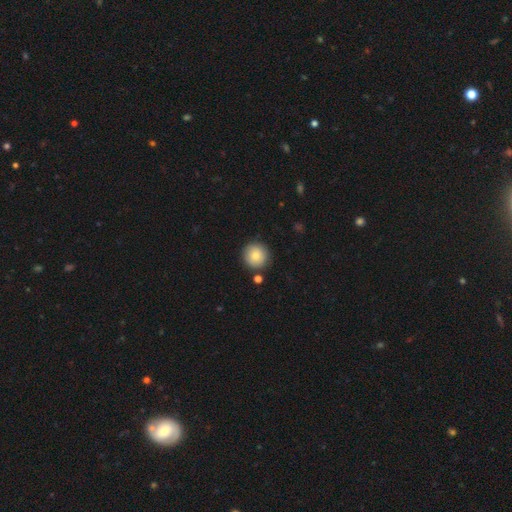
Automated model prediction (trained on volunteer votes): The model was most divided on "smooth or featured": smooth: 84%, star or artifact: 8%, featured or disk: 8%. More confident: how rounded — round (95%); merging — none (87%).